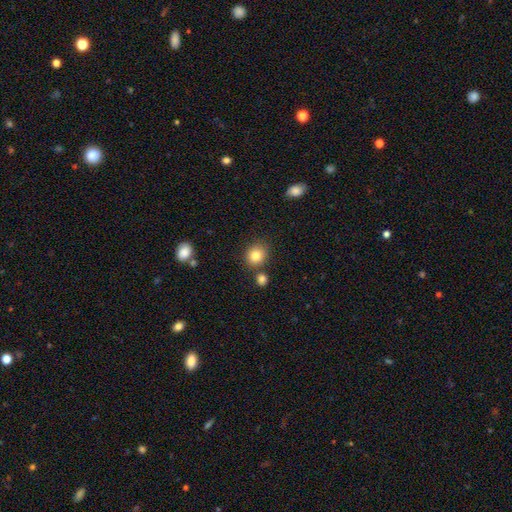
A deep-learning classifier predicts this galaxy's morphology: Q: Smooth or featured?
A: smooth (82%); runner-up: star or artifact (11%)
Q: How rounded?
A: round (76%); runner-up: in between (23%)
Q: Merging?
A: none (76%); runner-up: minor disturbance (11%)